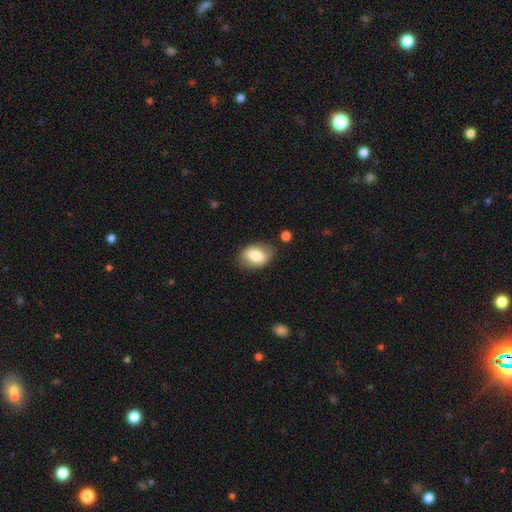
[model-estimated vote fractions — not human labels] Q: Smooth or featured?
A: smooth (75%); runner-up: featured or disk (18%)
Q: How rounded?
A: in between (84%); runner-up: round (14%)
Q: Merging?
A: none (75%); runner-up: minor disturbance (17%)